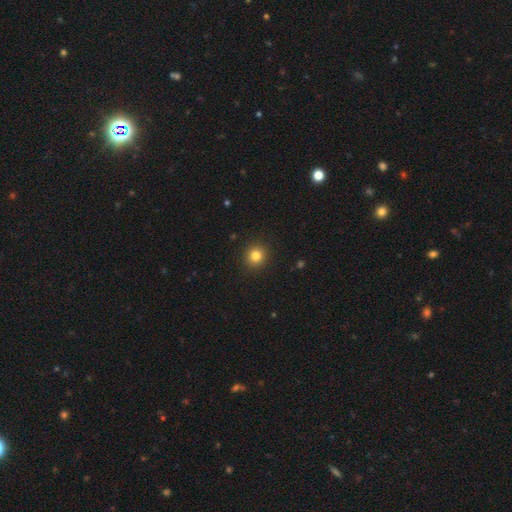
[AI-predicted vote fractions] Smooth or featured? Predicted: smooth (p=0.82). How rounded? Predicted: round (p=0.91). Merging? Predicted: none (p=0.92).